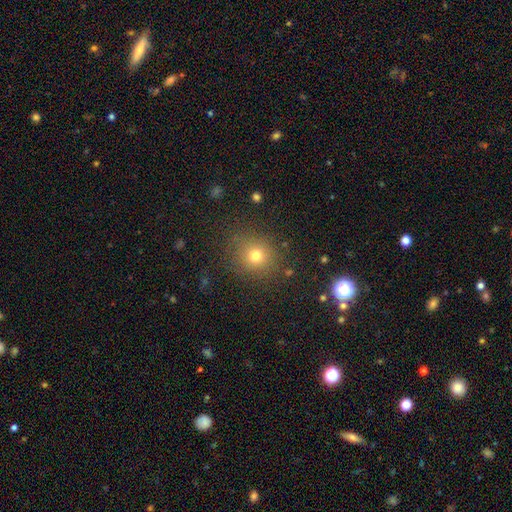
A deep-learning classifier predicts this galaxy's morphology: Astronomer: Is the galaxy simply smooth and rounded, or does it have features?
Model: smooth — 73%.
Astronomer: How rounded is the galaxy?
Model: round — 84%.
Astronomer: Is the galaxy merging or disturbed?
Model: none — 84%.